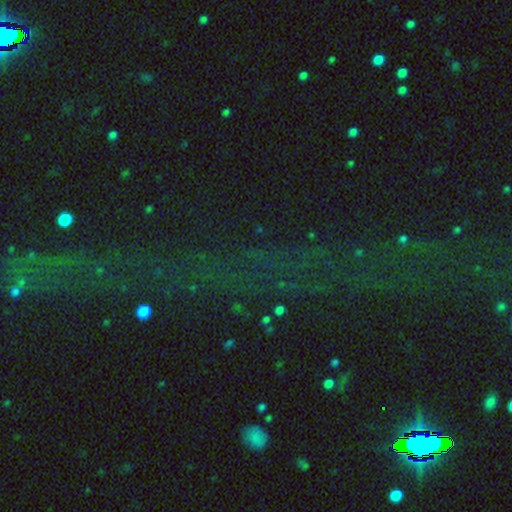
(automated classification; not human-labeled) Smooth or featured?
  - star or artifact: 72% *
  - featured or disk: 15%
  - smooth: 13%